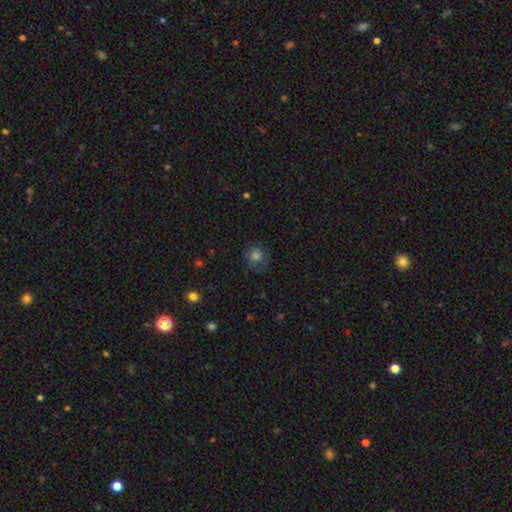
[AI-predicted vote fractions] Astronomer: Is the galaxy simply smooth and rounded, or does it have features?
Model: smooth — 74%.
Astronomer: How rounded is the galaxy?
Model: round — 83%.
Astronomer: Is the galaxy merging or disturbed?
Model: none — 73%.